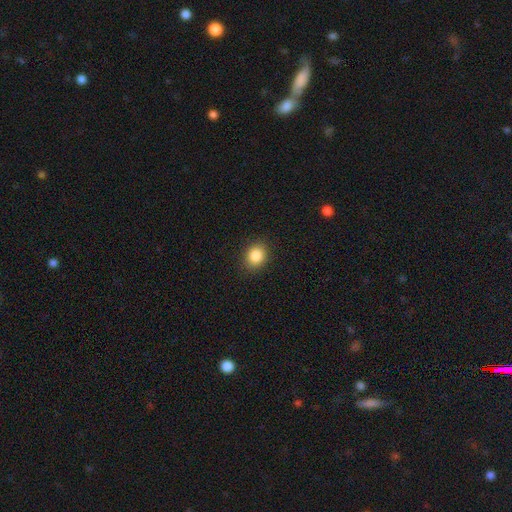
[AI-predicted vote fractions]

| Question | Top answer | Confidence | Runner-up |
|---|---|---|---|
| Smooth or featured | smooth | 86% | star or artifact (9%) |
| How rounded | round | 61% | in between (38%) |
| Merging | none | 89% | minor disturbance (8%) |